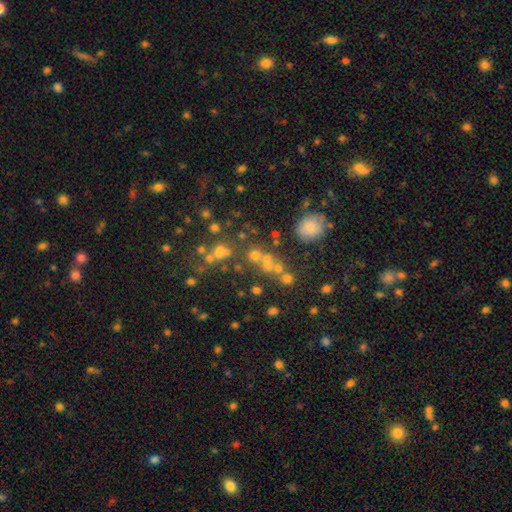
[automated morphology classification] This is possibly a smooth galaxy (49%). Merging: possibly none (58%).